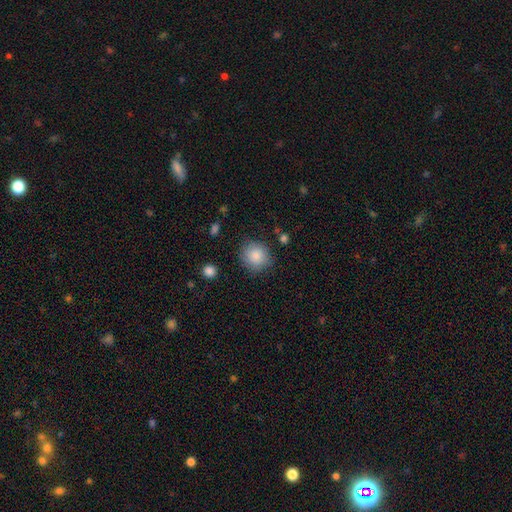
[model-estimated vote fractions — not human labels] Morphology: type=smooth (87%); roundness=round (89%); merging=none (84%).